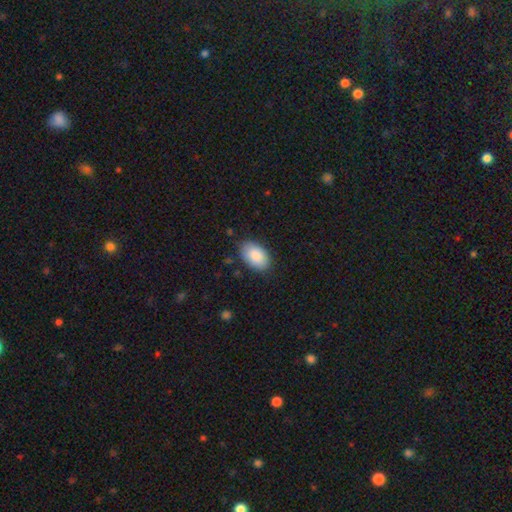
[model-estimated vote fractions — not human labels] This is clearly a smooth galaxy (87%). How rounded: clearly in between (93%). Merging: clearly none (83%).